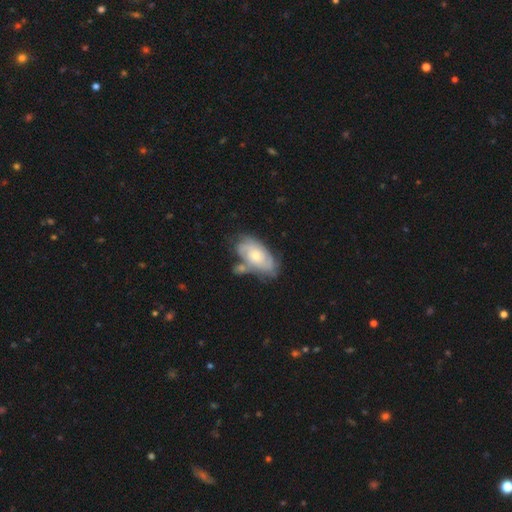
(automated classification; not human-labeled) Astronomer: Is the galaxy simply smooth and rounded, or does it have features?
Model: featured or disk — 67%.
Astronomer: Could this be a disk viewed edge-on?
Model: no — 94%.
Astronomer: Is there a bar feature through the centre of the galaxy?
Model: no — 78%.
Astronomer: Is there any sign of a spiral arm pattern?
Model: yes — 83%.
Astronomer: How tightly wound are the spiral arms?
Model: tight — 60%.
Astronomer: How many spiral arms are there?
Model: can't tell — 44% (runner-up: 2, 35%).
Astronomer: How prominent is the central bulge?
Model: moderate — 51% (runner-up: small, 43%).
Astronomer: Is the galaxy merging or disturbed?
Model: none — 49%.